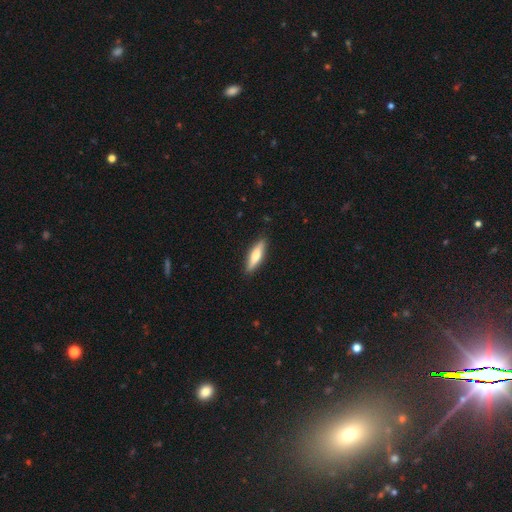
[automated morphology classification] This is likely a smooth galaxy (63%). How rounded: likely cigar-shaped (69%). Merging: clearly none (88%).